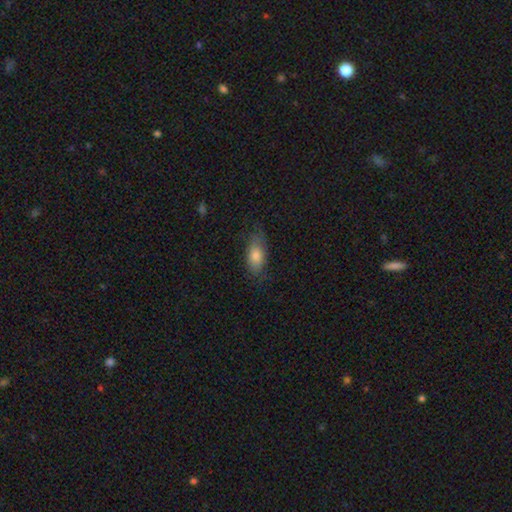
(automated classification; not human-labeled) A smooth galaxy with no disk features (79%) that is in between round and cigar-shaped (84%).

Vote fractions:
- Smooth or featured? smooth: 79% / featured or disk: 13% / star or artifact: 7%
- How rounded? in between: 84% / cigar-shaped: 13% / round: 4%
- Merging? none: 72% / minor disturbance: 21% / major disturbance: 6% / merger: 1%